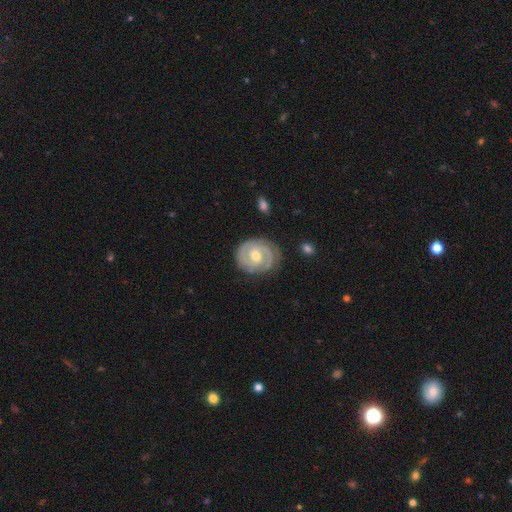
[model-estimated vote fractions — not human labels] Smooth or featured? featured or disk (86%)
Edge-on disk? no (98%)
Bar? no (48%)
Spiral arms? yes (95%)
Spiral winding? tight (64%)
Spiral arm count? 2 (77%)
Bulge size? moderate (71%)
Merging? none (81%)